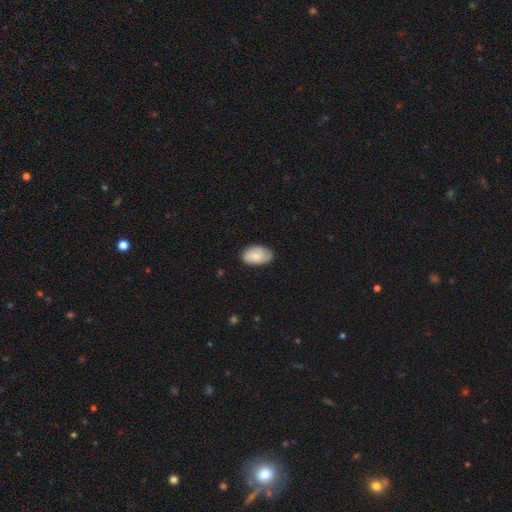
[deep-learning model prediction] This is likely a smooth galaxy (73%). How rounded: clearly in between (92%). Merging: likely none (74%).